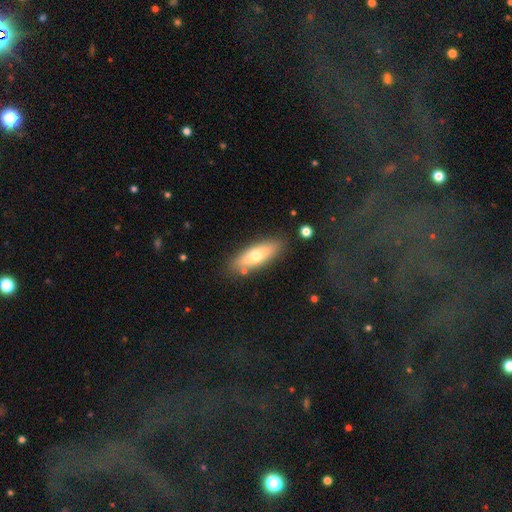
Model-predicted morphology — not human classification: Smooth or featured? smooth (64%)
How rounded? in between (61%)
Merging? none (81%)